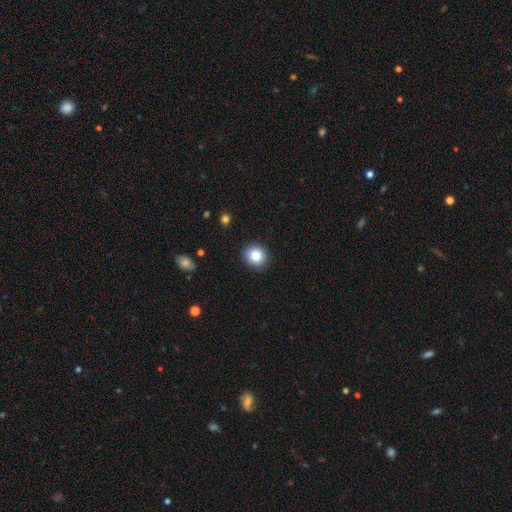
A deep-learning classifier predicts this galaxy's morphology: A smooth galaxy with no disk features (83%) that is round (82%).

Vote fractions:
- Smooth or featured? smooth: 83% / star or artifact: 10% / featured or disk: 7%
- How rounded? round: 82% / in between: 17% / cigar-shaped: 1%
- Merging? none: 91% / minor disturbance: 6% / major disturbance: 2% / merger: 1%